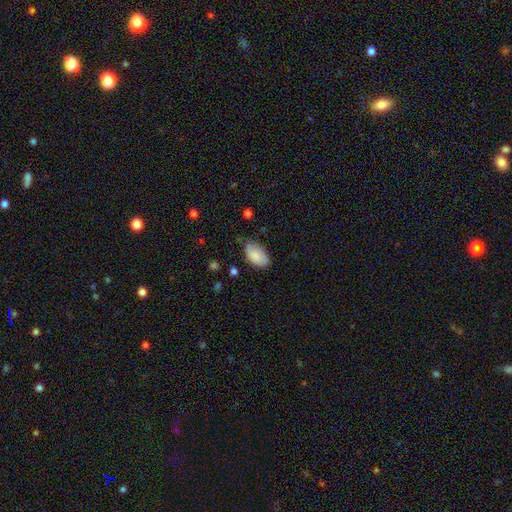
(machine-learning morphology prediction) Overall: smooth (81%). How rounded: in between (95%). Merging: none (66%; minor disturbance 27%).